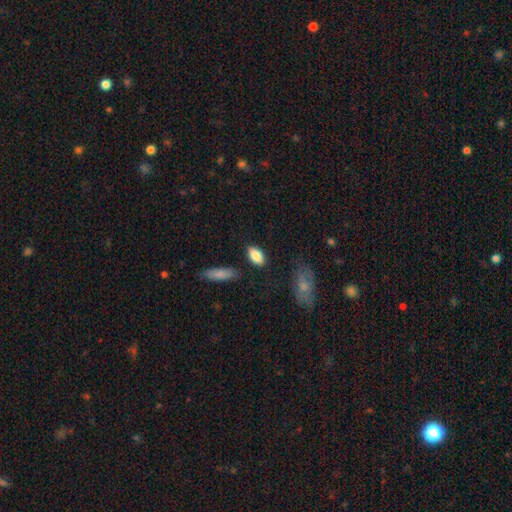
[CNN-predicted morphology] The model was most divided on "merging": none: 83%, minor disturbance: 12%, major disturbance: 3%, merger: 3%. More confident: how rounded — in between (90%); smooth or featured — smooth (87%).